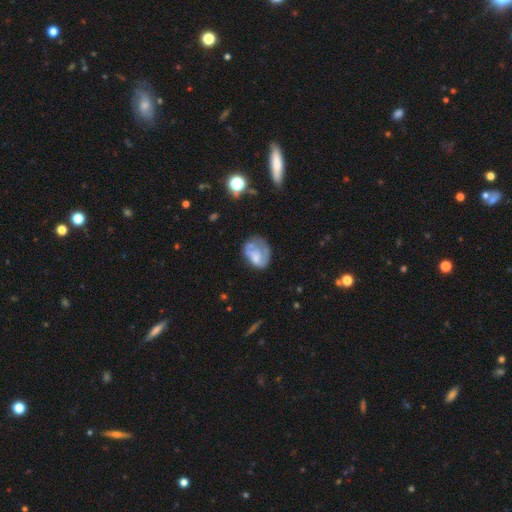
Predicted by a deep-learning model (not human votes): smooth_or_featured: featured or disk (p=0.51) [alt: smooth p=0.41]
disk_edge_on: no (p=0.98) [alt: yes p=0.02]
merging: none (p=0.39) [alt: major disturbance p=0.28]